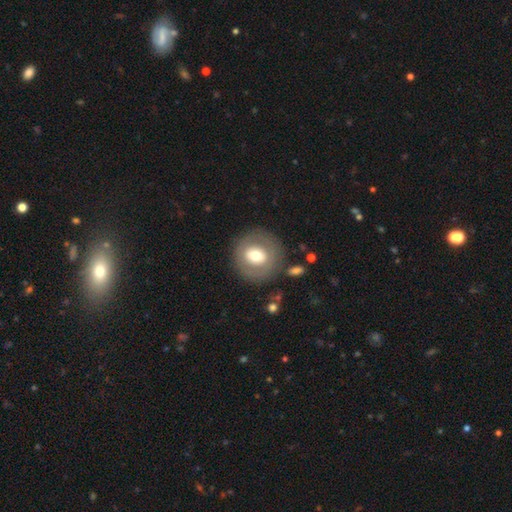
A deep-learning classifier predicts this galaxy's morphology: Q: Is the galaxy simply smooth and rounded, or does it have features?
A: smooth — 56%.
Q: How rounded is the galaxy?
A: round — 88%.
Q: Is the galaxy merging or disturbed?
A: none — 82%.